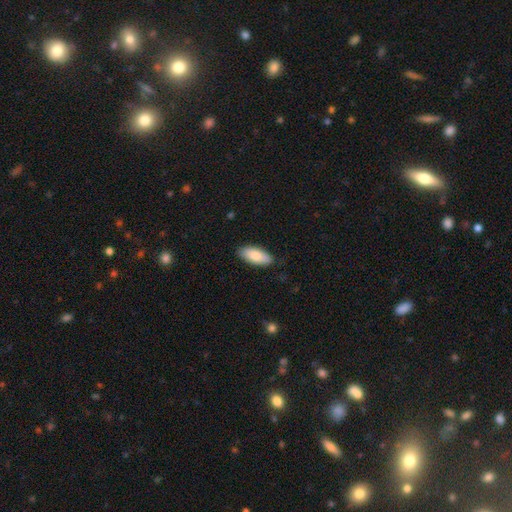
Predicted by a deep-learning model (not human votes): smooth-or-featured: smooth: 83% | featured or disk: 12% | star or artifact: 6%
  how-rounded: in between: 86% | cigar-shaped: 12% | round: 2%
  merging: none: 86% | minor disturbance: 11% | major disturbance: 2% | merger: 1%